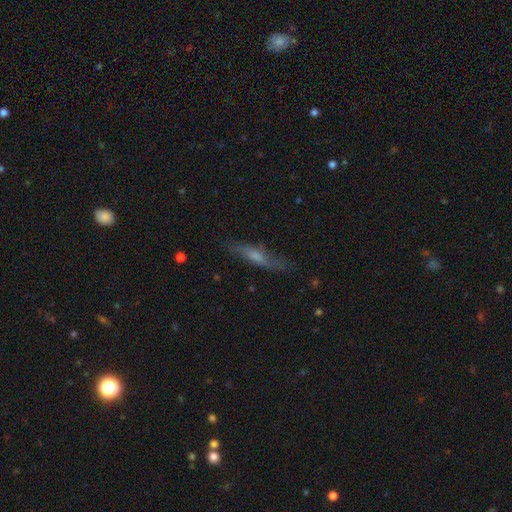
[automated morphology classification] Smooth or featured? Predicted: featured or disk (p=0.50). Merging? Predicted: none (p=0.75).